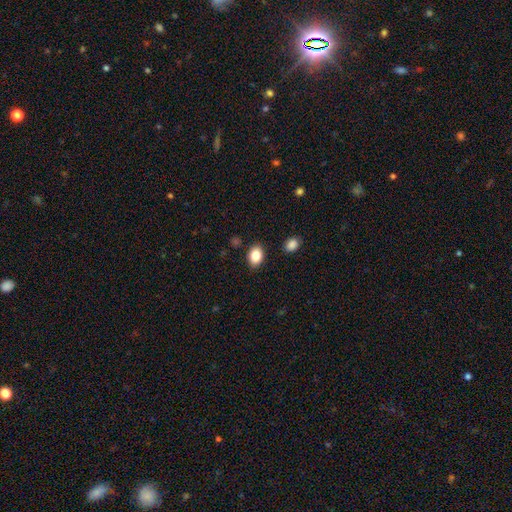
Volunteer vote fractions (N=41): Morphology: type=smooth (93%); roundness=in between (92%); merging=none (92%).